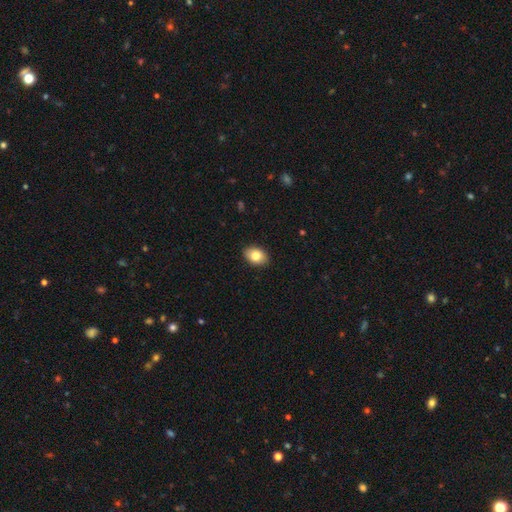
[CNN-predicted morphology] Smooth or featured: smooth — 83% (featured or disk — 9%)
How rounded: in between — 83% (round — 16%)
Merging: none — 89% (minor disturbance — 8%)